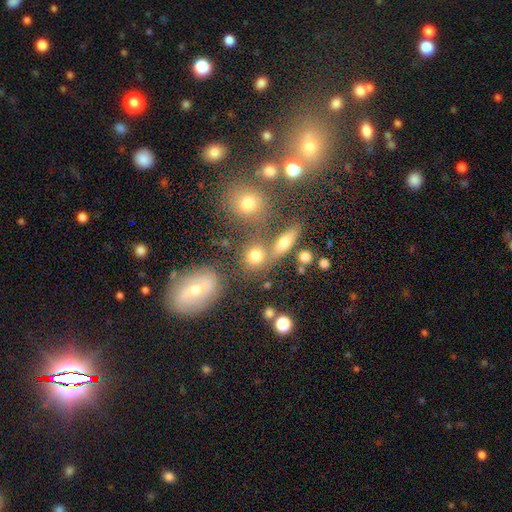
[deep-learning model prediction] A smooth galaxy with no disk features (75%) that is round (74%). Merging: none (59%).